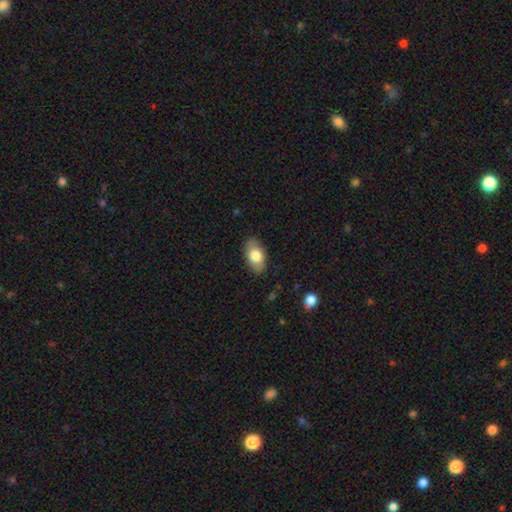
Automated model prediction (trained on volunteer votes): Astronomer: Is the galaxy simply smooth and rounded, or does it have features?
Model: smooth — 77%.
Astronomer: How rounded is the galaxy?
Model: in between — 93%.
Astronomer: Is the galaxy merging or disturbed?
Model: none — 86%.